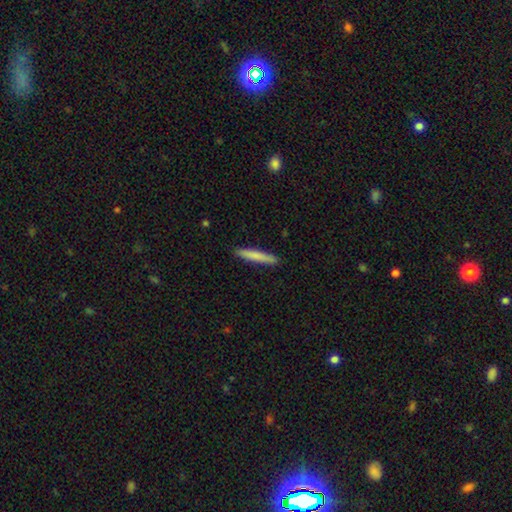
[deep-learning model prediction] Morphology: type=smooth (78%); roundness=cigar-shaped (94%); merging=none (91%).